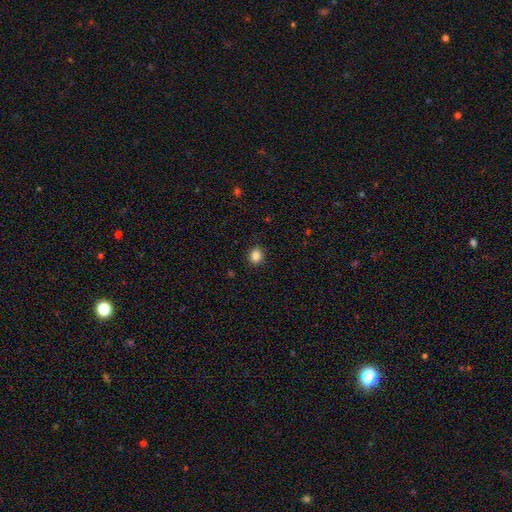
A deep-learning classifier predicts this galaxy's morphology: smooth_or_featured: smooth (p=0.86) [alt: star or artifact p=0.11]
how_rounded: round (p=0.75) [alt: in between p=0.24]
merging: none (p=0.90) [alt: minor disturbance p=0.07]